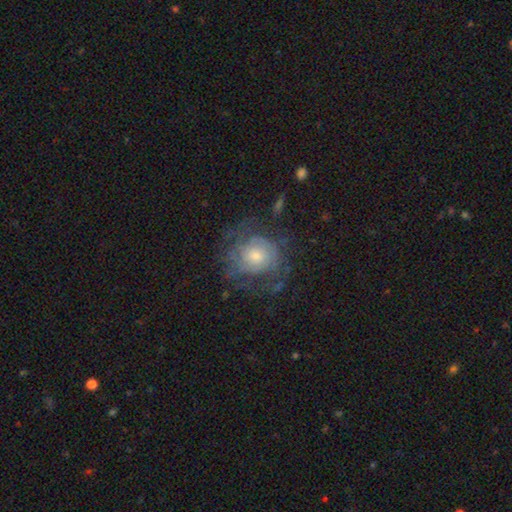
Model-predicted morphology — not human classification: A featured or disk galaxy (66%) with no bar (77%), spiral arms (77%) and a moderate central bulge (50%).

Vote fractions:
- Smooth or featured? featured or disk: 66% / smooth: 25% / star or artifact: 9%
- Edge-on disk? no: 97% / yes: 3%
- Bar? no: 77% / weak: 19% / strong: 3%
- Spiral arms? yes: 77% / no: 23%
- Bulge size? moderate: 50% / small: 36% / large: 10% / none: 2% / dominant: 2%
- Merging? none: 60% / minor disturbance: 19% / major disturbance: 19% / merger: 2%